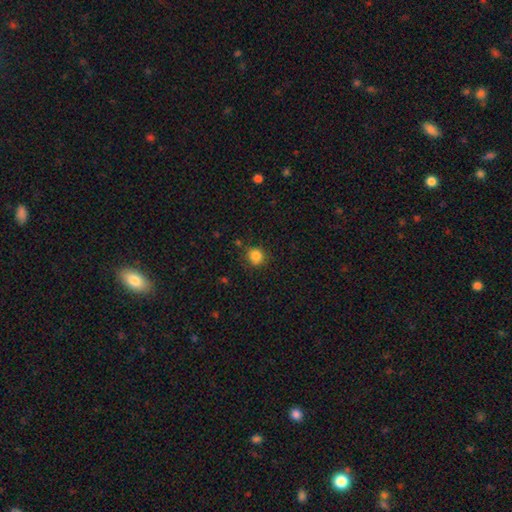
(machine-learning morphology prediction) smooth_or_featured: smooth (p=0.83) [alt: star or artifact p=0.11]
how_rounded: round (p=0.85) [alt: in between p=0.14]
merging: none (p=0.74) [alt: minor disturbance p=0.17]